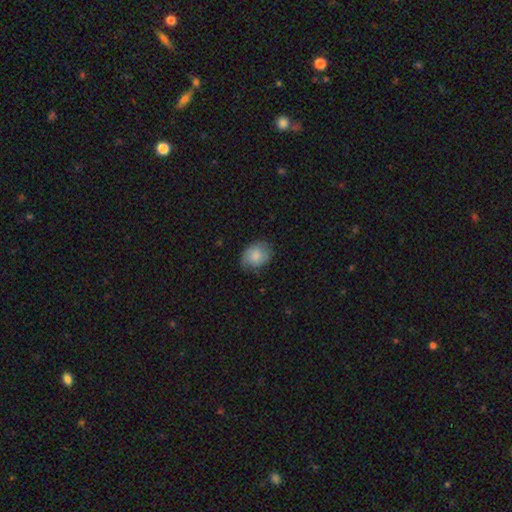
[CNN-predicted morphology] smooth-or-featured: smooth: 70% | featured or disk: 23% | star or artifact: 7%
  how-rounded: in between: 56% | round: 43% | cigar-shaped: 1%
  merging: none: 66% | minor disturbance: 26% | major disturbance: 7% | merger: 1%